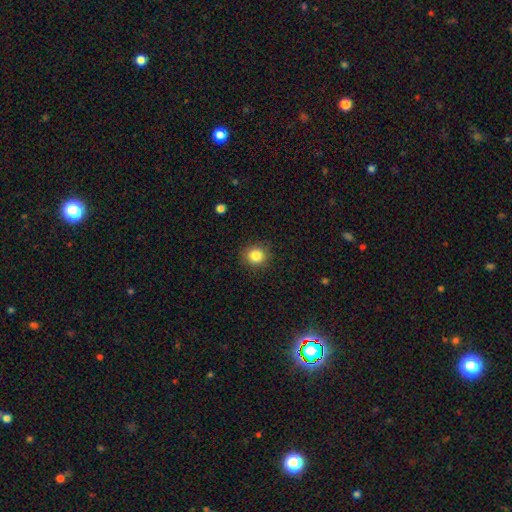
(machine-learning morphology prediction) smooth-or-featured: smooth: 84% | star or artifact: 11% | featured or disk: 5%
  how-rounded: round: 86% | in between: 13% | cigar-shaped: 1%
  merging: none: 88% | minor disturbance: 8% | major disturbance: 3% | merger: 1%